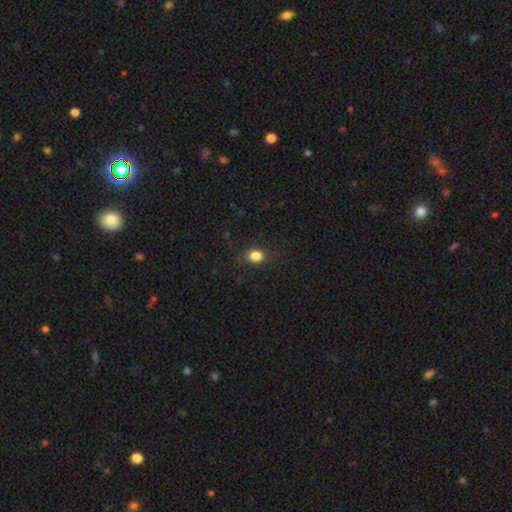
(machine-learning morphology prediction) The model was most divided on "how rounded": round: 68%, in between: 31%, cigar-shaped: 1%. More confident: merging — none (86%); smooth or featured — smooth (83%).